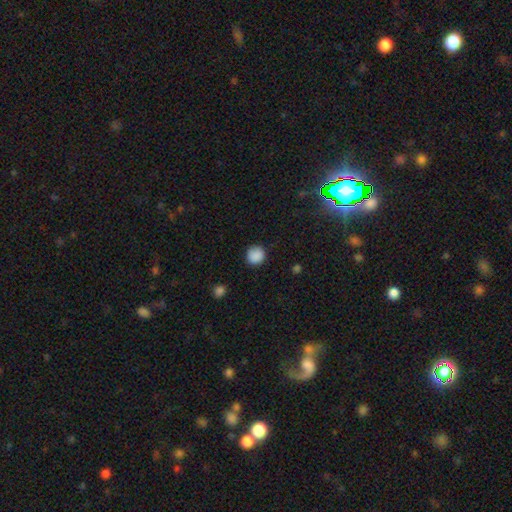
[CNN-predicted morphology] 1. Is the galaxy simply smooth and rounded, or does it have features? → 87% smooth, 10% star or artifact, 3% featured or disk.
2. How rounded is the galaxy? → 91% round, 8% in between, 1% cigar-shaped.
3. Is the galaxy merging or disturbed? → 86% none, 10% minor disturbance, 3% major disturbance, 1% merger.